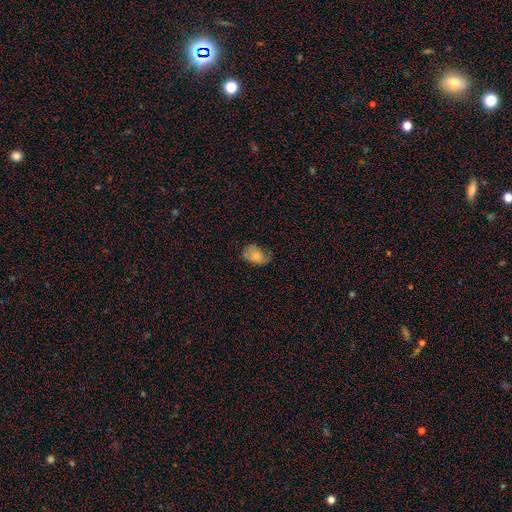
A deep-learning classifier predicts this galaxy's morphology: Overall: smooth (61%; featured or disk 30%). How rounded: in between (84%). Merging: none (40%; minor disturbance 34%).